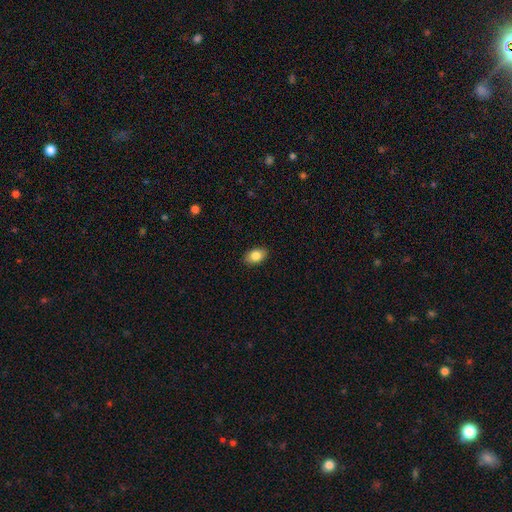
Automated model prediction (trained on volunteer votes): smooth-or-featured: smooth: 85% | featured or disk: 8% | star or artifact: 8%
  how-rounded: in between: 87% | round: 12% | cigar-shaped: 1%
  merging: none: 89% | minor disturbance: 8% | major disturbance: 2% | merger: 1%